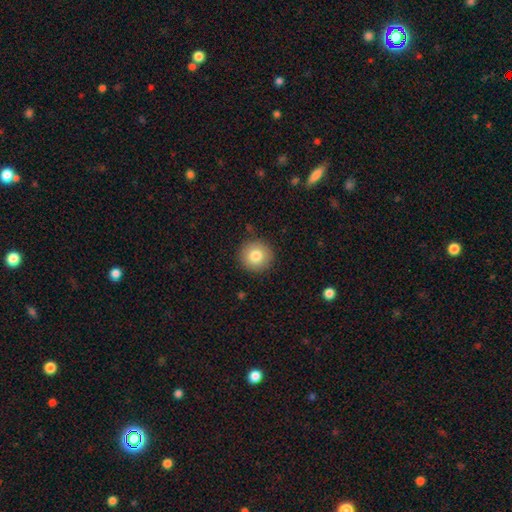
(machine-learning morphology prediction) This is clearly a smooth galaxy (81%). How rounded: clearly round (94%). Merging: clearly none (90%).